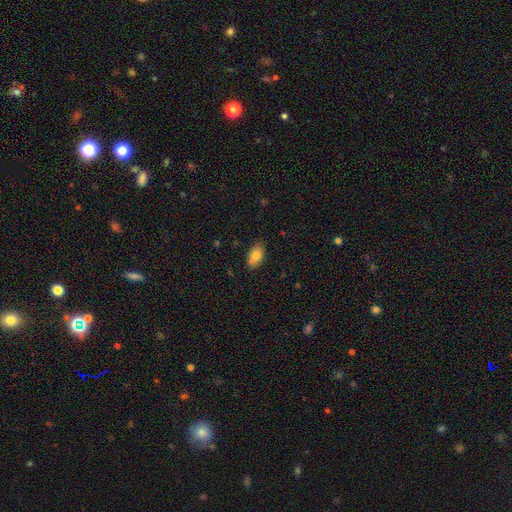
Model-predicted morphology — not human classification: Overall: smooth (81%). How rounded: in between (91%). Merging: none (82%).